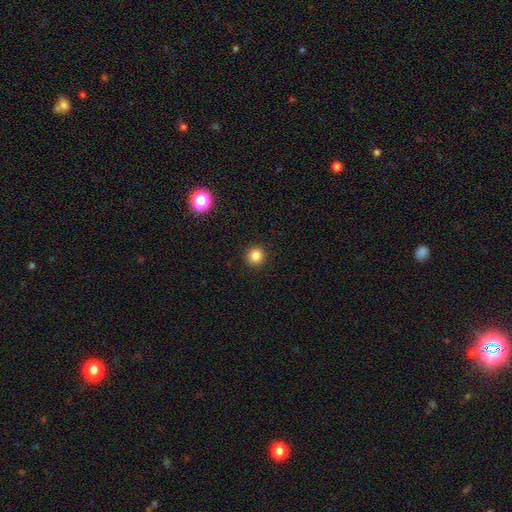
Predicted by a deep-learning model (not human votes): smooth 83%, star or artifact 12%, featured or disk 4%. Down the decision tree: how rounded — round (94%); merging — none (93%).